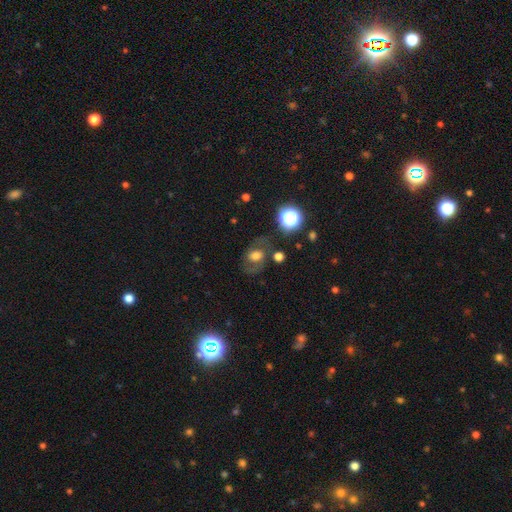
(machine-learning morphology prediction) Smooth or featured?
  - smooth: 51% *
  - featured or disk: 33%
  - star or artifact: 16%
How rounded?
  - in between: 57% *
  - round: 41%
  - cigar-shaped: 2%
Merging?
  - none: 64% *
  - minor disturbance: 18%
  - major disturbance: 12%
  - merger: 5%